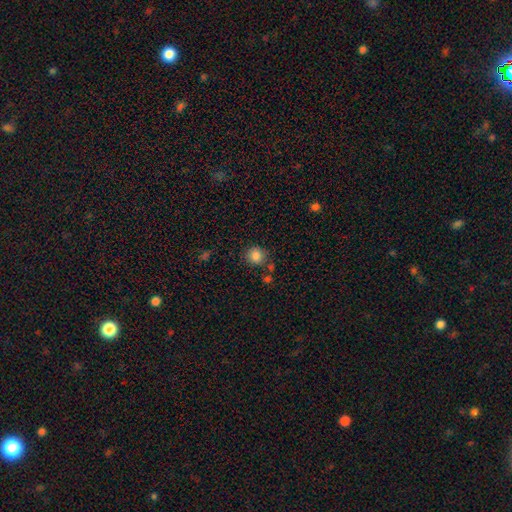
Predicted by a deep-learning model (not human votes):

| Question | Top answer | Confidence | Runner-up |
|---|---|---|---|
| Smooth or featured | smooth | 84% | star or artifact (11%) |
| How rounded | round | 86% | in between (13%) |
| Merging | none | 78% | minor disturbance (11%) |